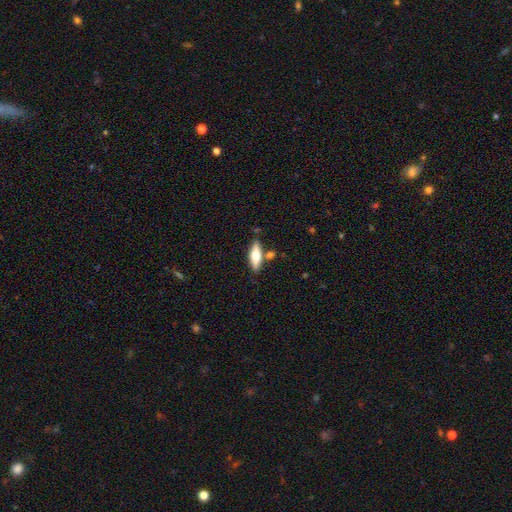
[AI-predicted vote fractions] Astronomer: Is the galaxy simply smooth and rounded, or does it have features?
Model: smooth — 58% (runner-up: featured or disk, 37%).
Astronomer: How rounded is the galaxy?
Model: in between — 58% (runner-up: cigar-shaped, 39%).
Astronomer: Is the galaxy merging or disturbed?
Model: none — 78%.